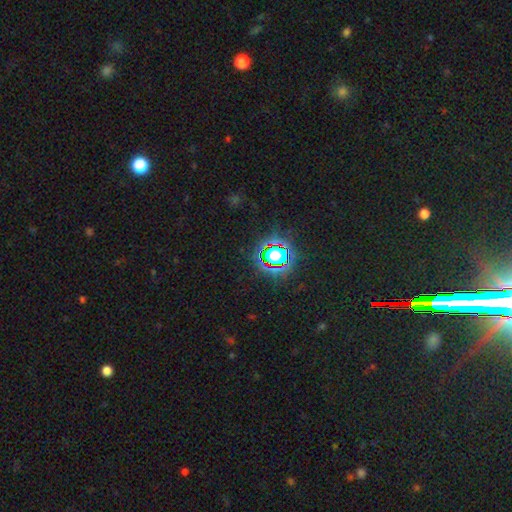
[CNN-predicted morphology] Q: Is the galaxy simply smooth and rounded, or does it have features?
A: star or artifact — 78%.